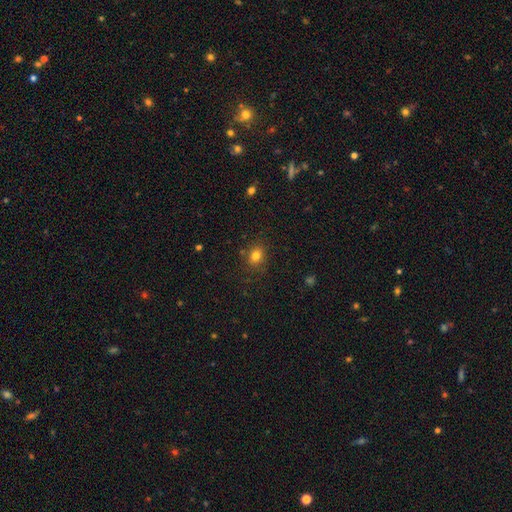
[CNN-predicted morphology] A smooth galaxy with no disk features (79%) that is round (55%).

Vote fractions:
- Smooth or featured? smooth: 79% / star or artifact: 13% / featured or disk: 7%
- How rounded? round: 55% / in between: 44% / cigar-shaped: 1%
- Merging? none: 82% / minor disturbance: 12% / major disturbance: 4% / merger: 3%